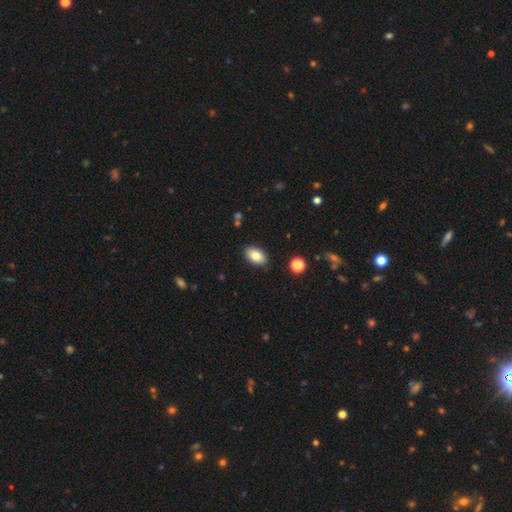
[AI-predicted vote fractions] Smooth or featured? Predicted: smooth (p=0.82). How rounded? Predicted: in between (p=0.92). Merging? Predicted: none (p=0.88).